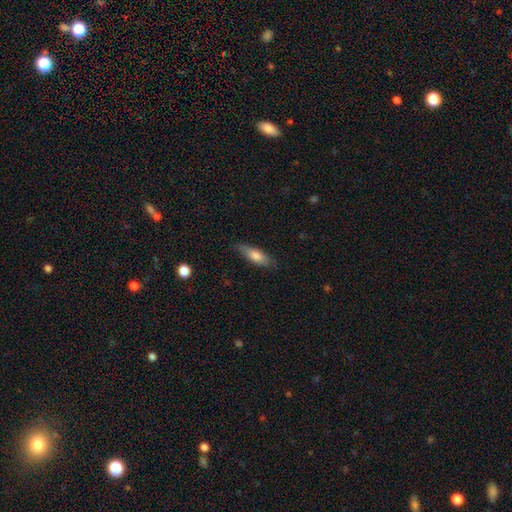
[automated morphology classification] Smooth or featured? Predicted: smooth (p=0.72). How rounded? Predicted: in between (p=0.50). Merging? Predicted: none (p=0.79).